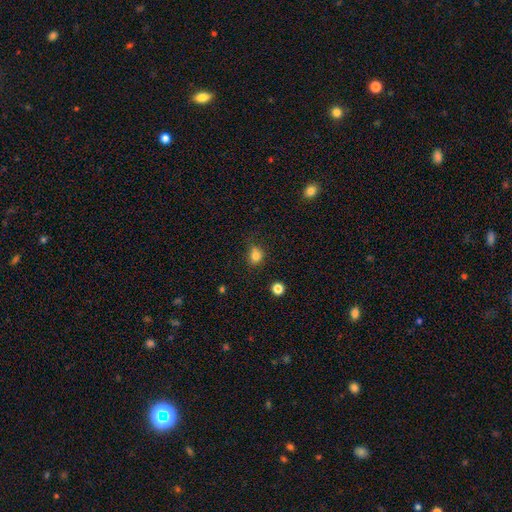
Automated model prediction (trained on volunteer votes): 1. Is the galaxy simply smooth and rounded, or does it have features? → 80% smooth, 14% star or artifact, 6% featured or disk.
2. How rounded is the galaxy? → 72% round, 27% in between, 1% cigar-shaped.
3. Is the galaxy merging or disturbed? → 63% none, 22% minor disturbance, 9% merger, 6% major disturbance.